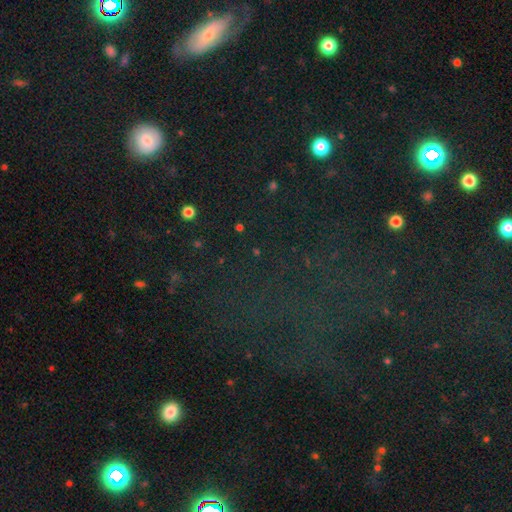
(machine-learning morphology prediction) Smooth or featured?
  - star or artifact: 56% *
  - smooth: 29%
  - featured or disk: 15%